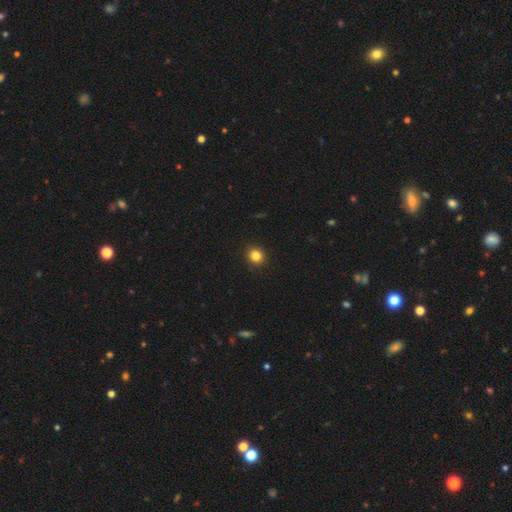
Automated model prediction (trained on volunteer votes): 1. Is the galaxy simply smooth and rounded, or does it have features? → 84% smooth, 12% star or artifact, 5% featured or disk.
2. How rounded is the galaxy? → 88% round, 11% in between, 1% cigar-shaped.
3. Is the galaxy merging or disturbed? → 92% none, 5% minor disturbance, 2% major disturbance, 1% merger.